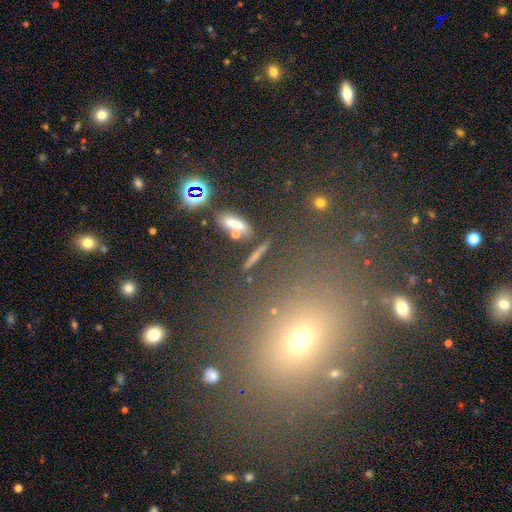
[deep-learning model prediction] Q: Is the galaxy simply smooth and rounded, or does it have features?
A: smooth — 48%.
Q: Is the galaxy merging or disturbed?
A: none — 78%.